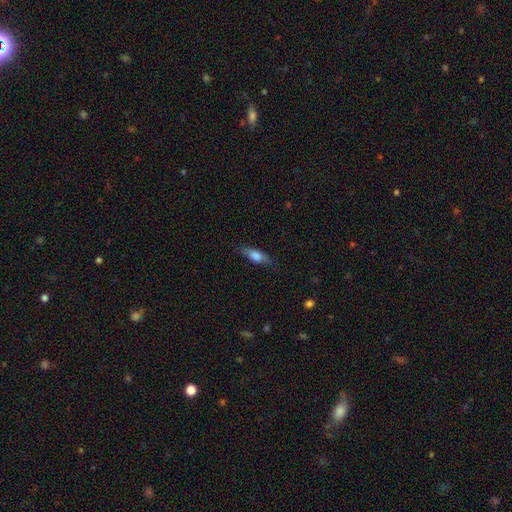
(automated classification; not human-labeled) Overall: smooth (71%). How rounded: in between (60%; cigar-shaped 37%). Merging: none (79%).